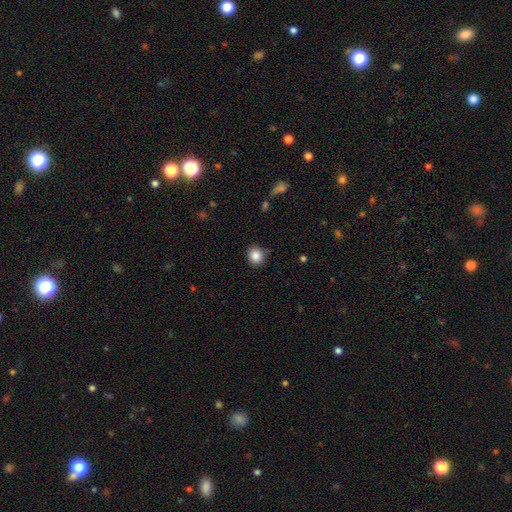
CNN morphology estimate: The model was most divided on "how rounded": round: 80%, in between: 19%, cigar-shaped: 1%. More confident: smooth or featured — smooth (87%); merging — none (85%).